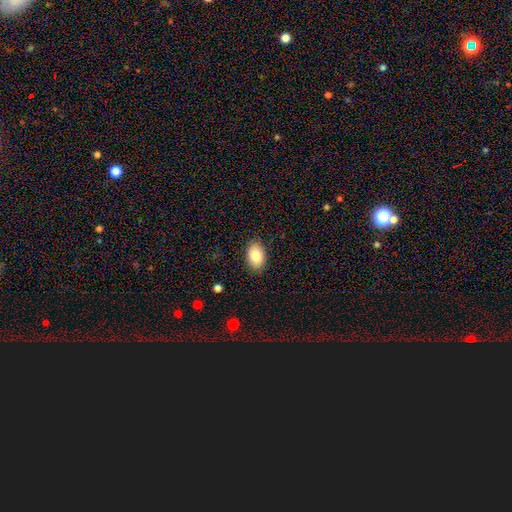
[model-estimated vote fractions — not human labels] A smooth galaxy with no disk features (85%) that is in between round and cigar-shaped (90%).

Vote fractions:
- Smooth or featured? smooth: 85% / featured or disk: 9% / star or artifact: 7%
- How rounded? in between: 90% / round: 9% / cigar-shaped: 1%
- Merging? none: 86% / minor disturbance: 11% / major disturbance: 2% / merger: 1%